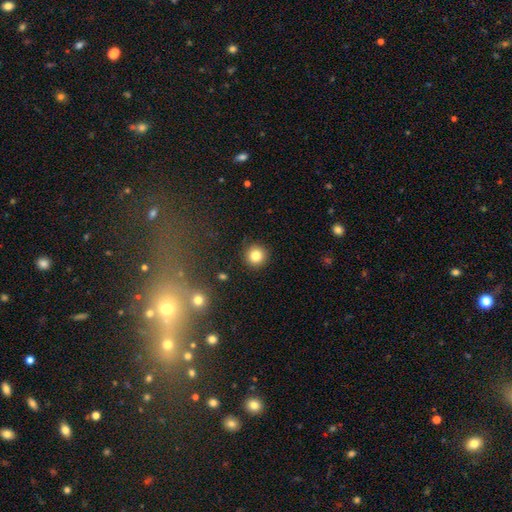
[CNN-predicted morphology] smooth 82%, star or artifact 12%, featured or disk 6%. Down the decision tree: how rounded — round (95%); merging — none (91%).